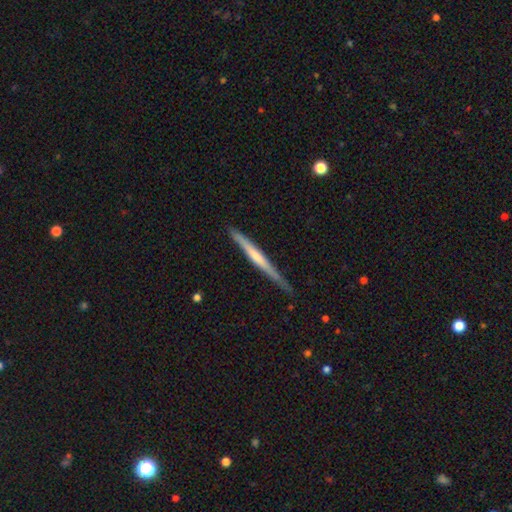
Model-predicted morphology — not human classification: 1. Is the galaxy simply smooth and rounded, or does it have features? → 58% featured or disk, 37% smooth, 5% star or artifact.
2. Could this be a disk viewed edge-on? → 97% yes, 3% no.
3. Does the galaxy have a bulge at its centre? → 61% none, 27% rounded, 12% boxy.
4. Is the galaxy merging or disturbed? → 82% none, 15% minor disturbance, 2% major disturbance, 1% merger.